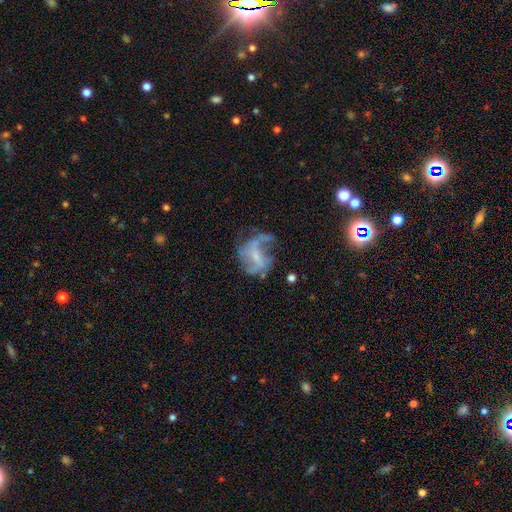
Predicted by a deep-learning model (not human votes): Smooth or featured? Predicted: featured or disk (p=0.70). Edge-on disk? Predicted: no (p=0.97). Bar? Predicted: weak (p=0.42). Spiral arms? Predicted: yes (p=0.74). Spiral winding? Predicted: loose (p=0.62). Spiral arm count? Predicted: 2 (p=0.45). Bulge size? Predicted: small (p=0.48). Merging? Predicted: none (p=0.40).